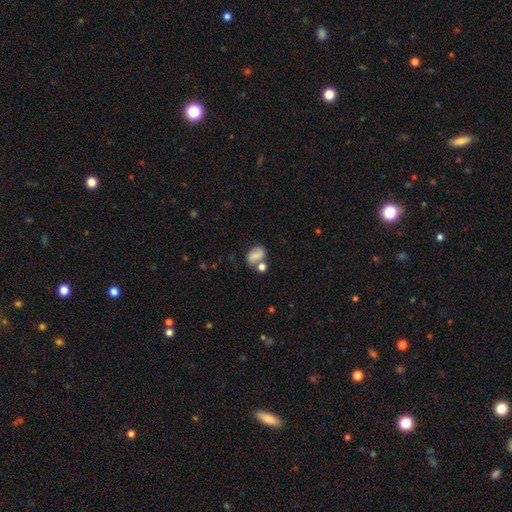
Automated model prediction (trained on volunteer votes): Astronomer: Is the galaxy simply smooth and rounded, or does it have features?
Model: smooth — 64%.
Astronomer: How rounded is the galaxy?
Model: in between — 69%.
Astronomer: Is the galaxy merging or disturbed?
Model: none — 50% (runner-up: merger, 27%).